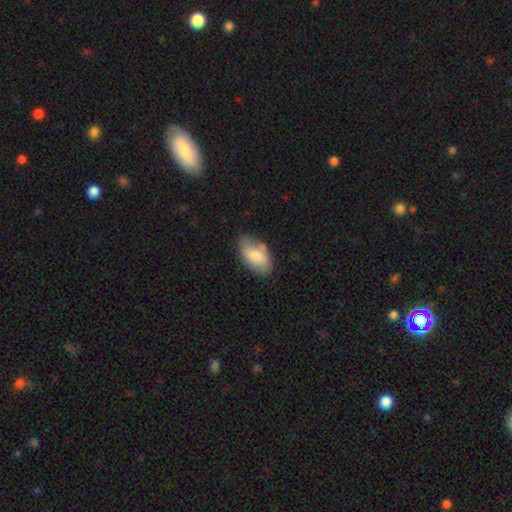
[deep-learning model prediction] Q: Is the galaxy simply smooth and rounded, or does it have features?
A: smooth — 71%.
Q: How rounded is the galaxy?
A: in between — 94%.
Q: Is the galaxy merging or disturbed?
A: none — 71%.